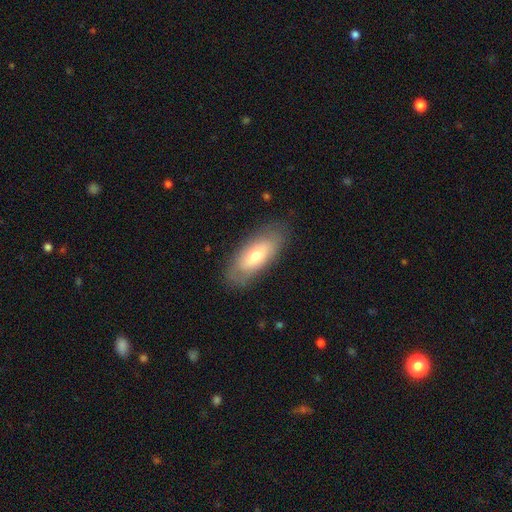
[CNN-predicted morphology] A smooth galaxy with no disk features (61%) that is in between round and cigar-shaped (81%). Merging: none (81%).